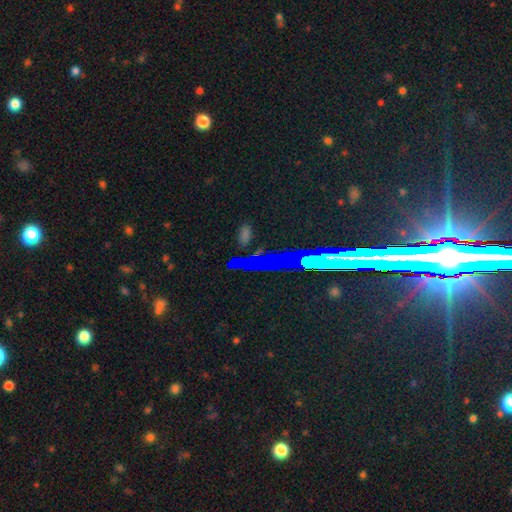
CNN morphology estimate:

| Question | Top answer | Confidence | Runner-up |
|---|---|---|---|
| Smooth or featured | star or artifact | 61% | featured or disk (20%) |